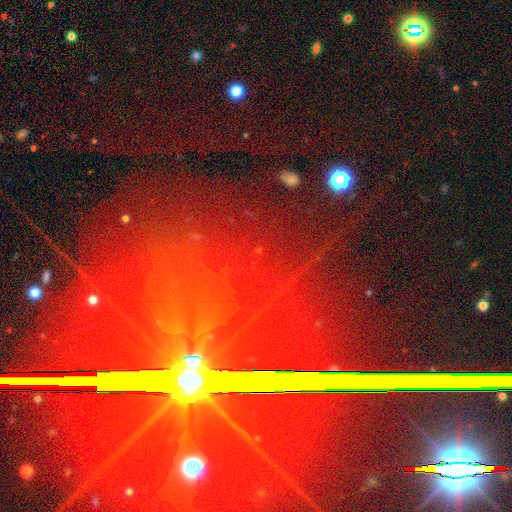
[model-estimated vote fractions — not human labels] This appears to be a star or artifact, not a galaxy (66%).